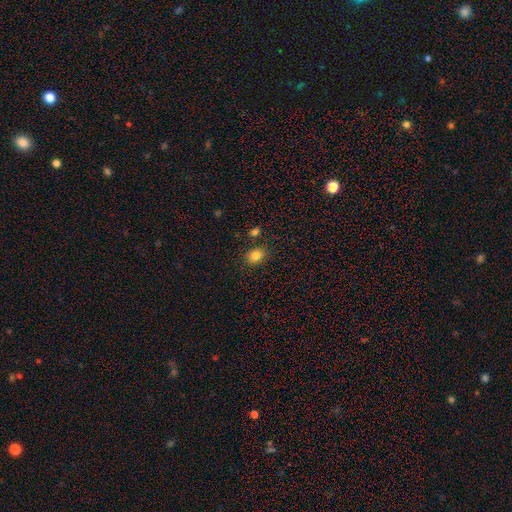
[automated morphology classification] Smooth or featured: smooth — 83% (star or artifact — 12%)
How rounded: round — 50% (in between — 49%)
Merging: none — 81% (minor disturbance — 11%)